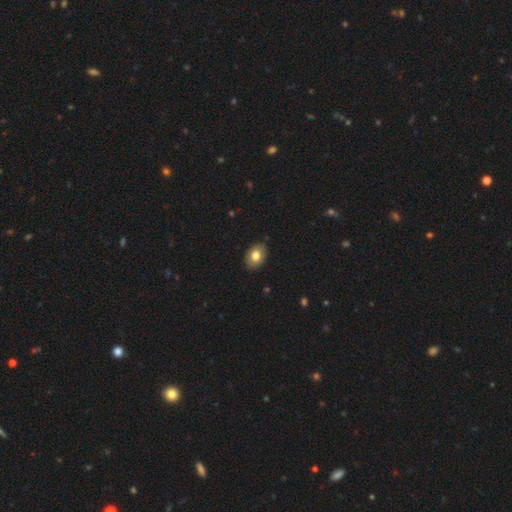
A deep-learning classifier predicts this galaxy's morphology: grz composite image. It shows a smooth galaxy with no disk features (79%) that is in between round and cigar-shaped (80%). Merging: none (86%).